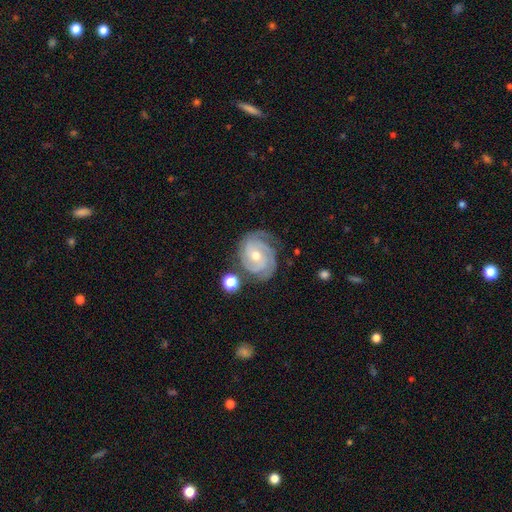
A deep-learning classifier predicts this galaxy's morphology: This is clearly a featured or disk galaxy (89%). It is clearly not viewed edge-on (98%). Bar: likely no (62%). Spiral arm pattern: clearly yes (98%). Spiral arm count: marginally 3 (44%). Spiral winding: likely tight (72%). Central bulge: possibly moderate (59%). Merging: likely none (73%).